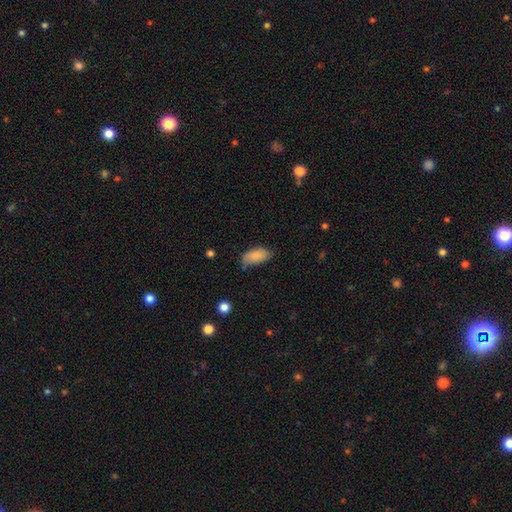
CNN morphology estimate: A smooth galaxy with no disk features (85%) that is in between round and cigar-shaped (92%). Merging: none (59%).